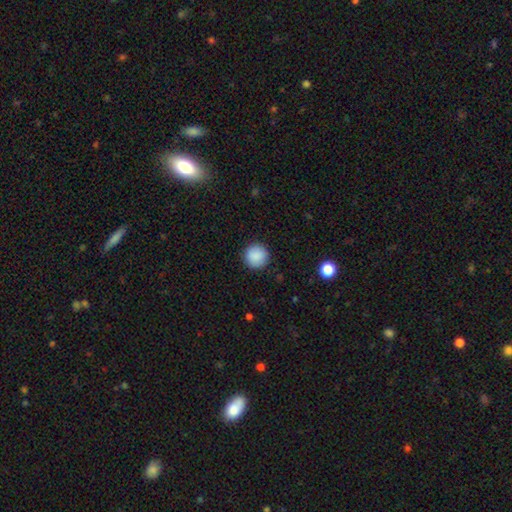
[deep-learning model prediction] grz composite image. It shows a smooth galaxy with no disk features (89%) that is round (96%). Merging: none (92%).